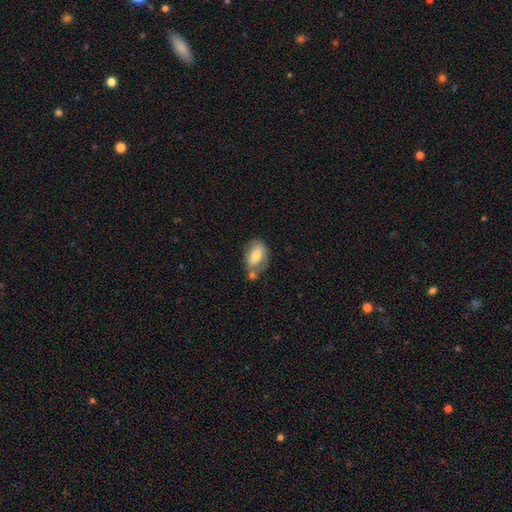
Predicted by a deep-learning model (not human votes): Smooth or featured? smooth (68%)
How rounded? in between (86%)
Merging? none (45%)